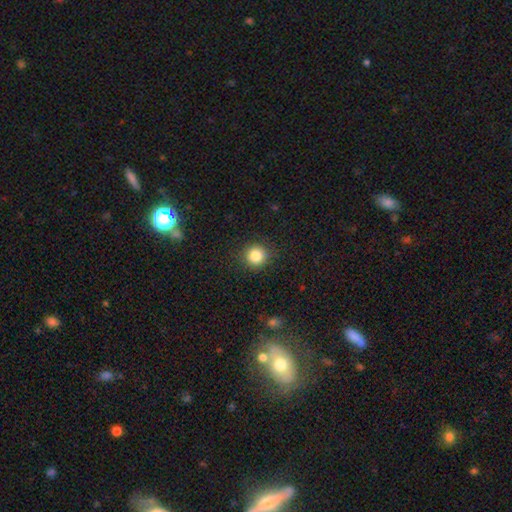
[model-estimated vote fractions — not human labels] This appears to be a smooth galaxy with no disk features (84%) that is round (92%). Merging: none (89%).